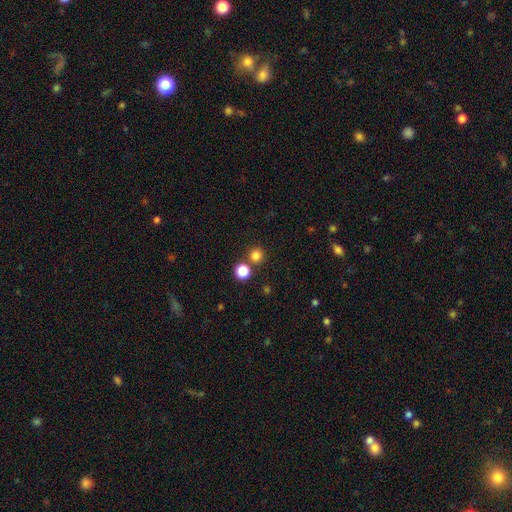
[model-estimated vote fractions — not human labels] Smooth or featured? Predicted: smooth (p=0.80). How rounded? Predicted: round (p=0.94). Merging? Predicted: none (p=0.78).